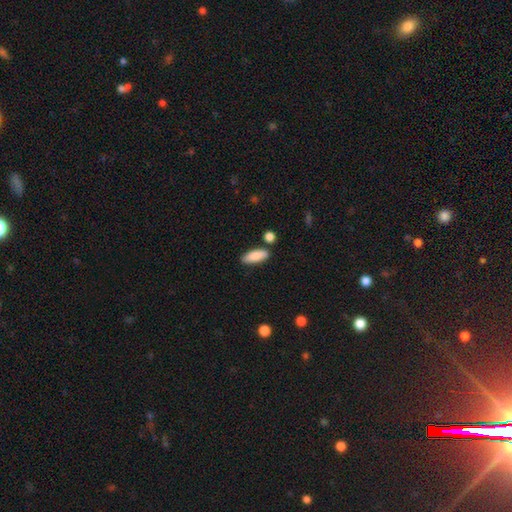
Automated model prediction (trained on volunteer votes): A smooth galaxy with no disk features (86%) that is in between round and cigar-shaped (70%). Merging: none (80%).